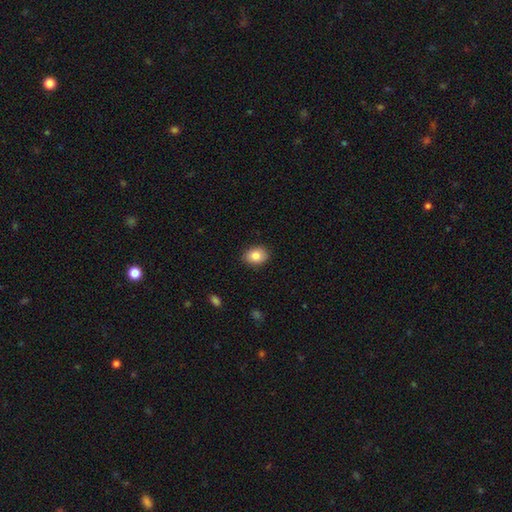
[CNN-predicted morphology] The model was most divided on "how rounded": in between: 67%, round: 32%, cigar-shaped: 1%. More confident: merging — none (88%); smooth or featured — smooth (85%).